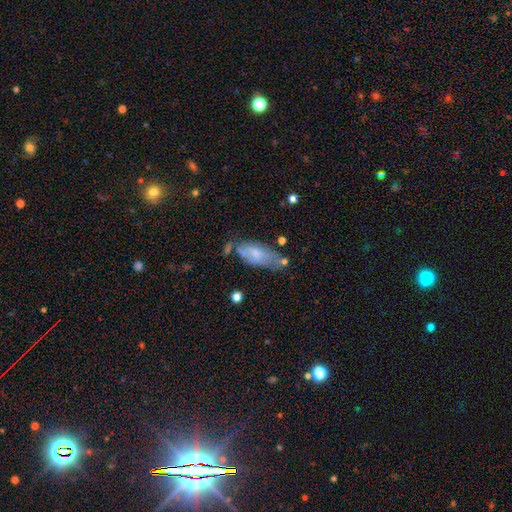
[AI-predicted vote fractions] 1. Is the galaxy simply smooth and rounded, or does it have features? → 46% featured or disk, 31% smooth, 24% star or artifact.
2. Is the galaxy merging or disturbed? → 69% none, 19% minor disturbance, 7% major disturbance, 5% merger.